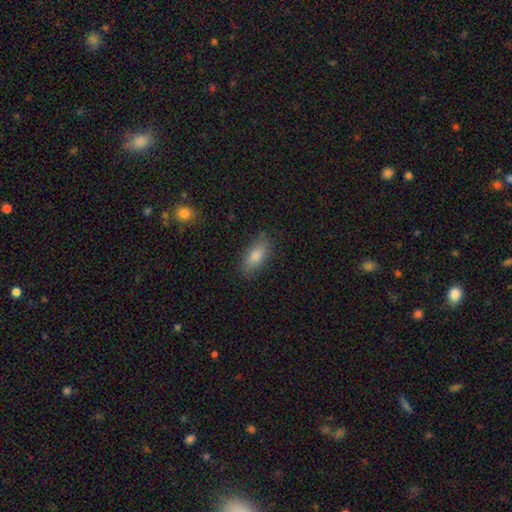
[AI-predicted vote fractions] Smooth or featured? Predicted: smooth (p=0.82). How rounded? Predicted: in between (p=0.81). Merging? Predicted: none (p=0.85).